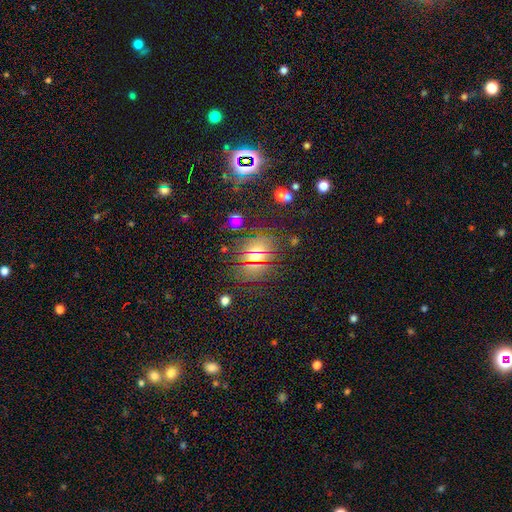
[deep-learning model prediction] The model was most divided on "smooth or featured": star or artifact: 47%, smooth: 40%, featured or disk: 12%.